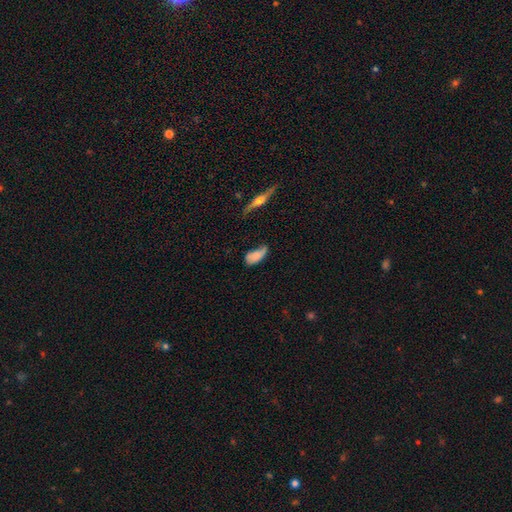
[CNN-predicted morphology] A smooth galaxy with no disk features (72%) that is in between round and cigar-shaped (88%). Merging: minor disturbance (39%).